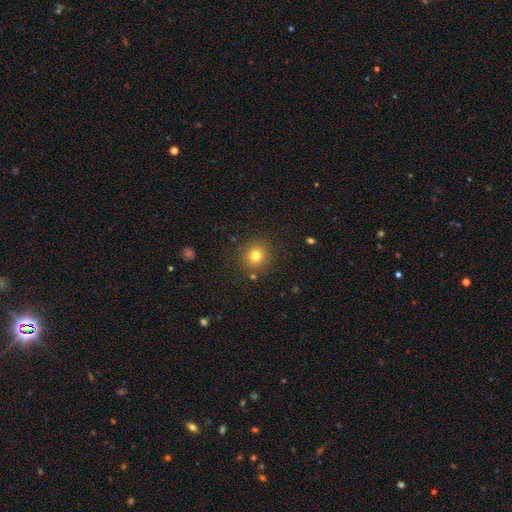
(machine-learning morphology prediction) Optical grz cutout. It shows a smooth galaxy with no disk features (78%) that is round (91%). Merging: none (87%).